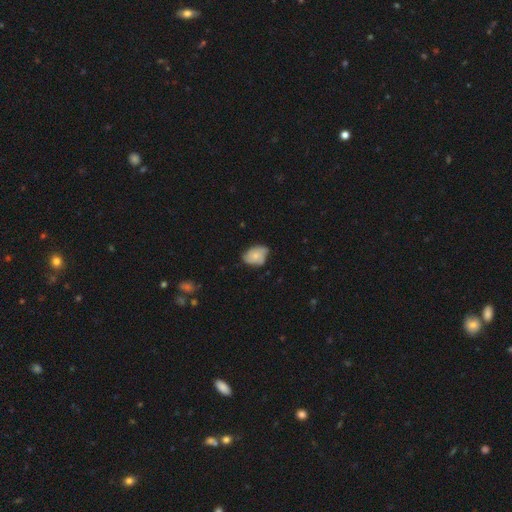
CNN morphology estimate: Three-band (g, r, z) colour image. It shows a smooth galaxy with no disk features (61%) that is in between round and cigar-shaped (78%). Merging: none (54%).